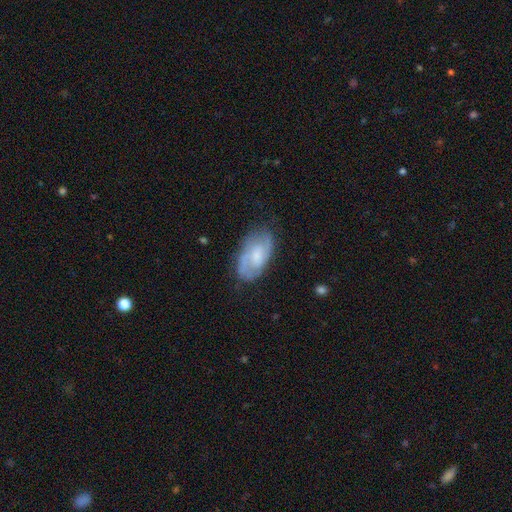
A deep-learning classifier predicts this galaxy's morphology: Overall: featured or disk (65%; smooth 29%). Edge-on disk: no (95%). Bar: no (50%; weak 42%). Spiral arms: yes (88%). Spiral arm count: 2 (62%; can't tell 22%). Spiral winding: medium (46%; tight 35%). Bulge size: small (36%; moderate 35%). Merging: none (70%).